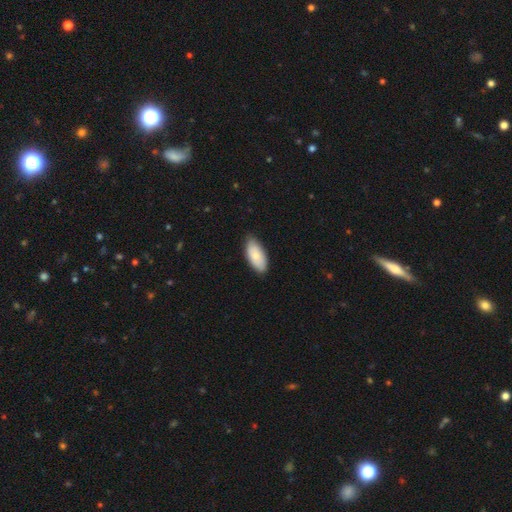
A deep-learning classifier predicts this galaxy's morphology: Smooth or featured? Predicted: smooth (p=0.77). How rounded? Predicted: in between (p=0.92). Merging? Predicted: none (p=0.83).